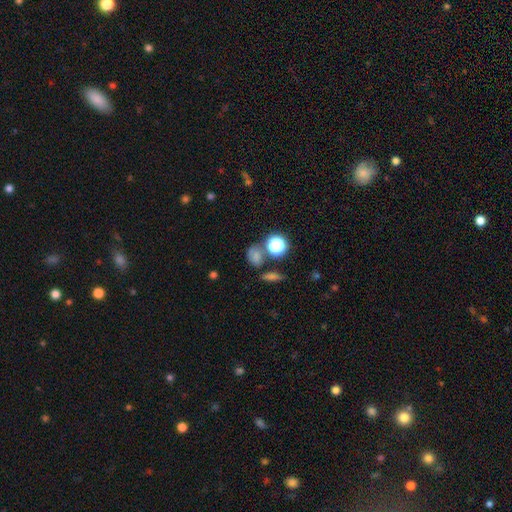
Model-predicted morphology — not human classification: smooth_or_featured: smooth (p=0.67) [alt: star or artifact p=0.22]
how_rounded: round (p=0.53) [alt: in between p=0.45]
merging: none (p=0.58) [alt: merger p=0.19]